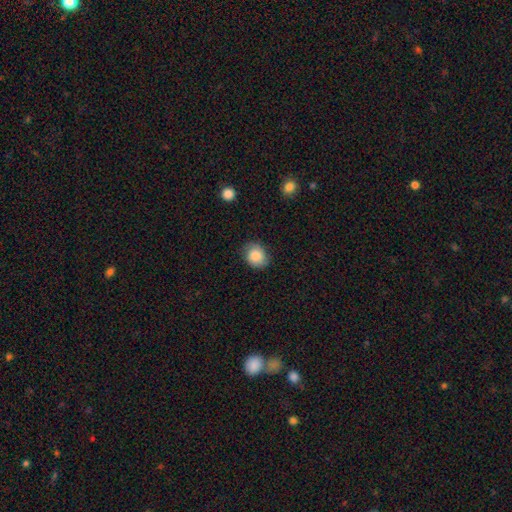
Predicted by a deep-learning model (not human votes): This appears to be a smooth galaxy with no disk features (83%) that is round (62%). Merging: none (77%).